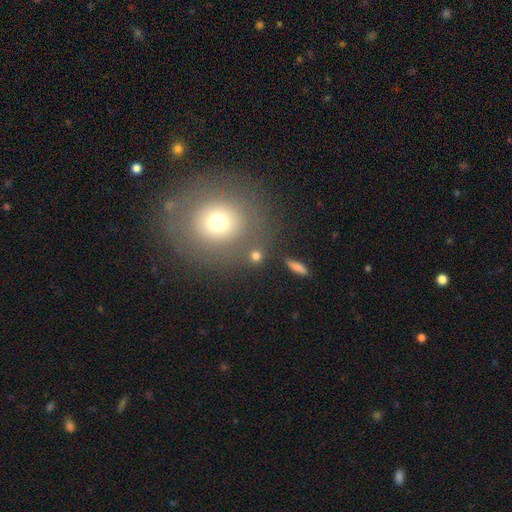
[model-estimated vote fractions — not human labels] Smooth or featured? Predicted: smooth (p=0.74). How rounded? Predicted: round (p=0.80). Merging? Predicted: none (p=0.73).